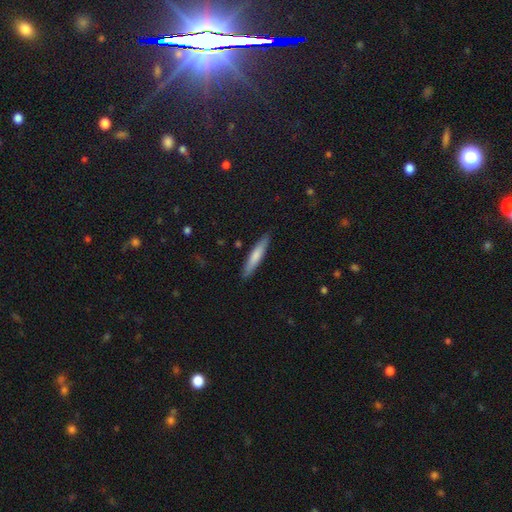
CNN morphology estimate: smooth_or_featured: smooth (p=0.71) [alt: featured or disk p=0.23]
how_rounded: cigar-shaped (p=0.91) [alt: in between p=0.08]
merging: none (p=0.89) [alt: minor disturbance p=0.08]